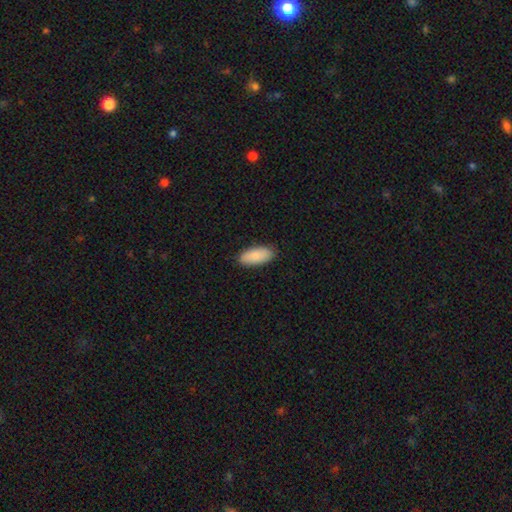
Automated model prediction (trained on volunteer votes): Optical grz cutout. It shows a smooth galaxy with no disk features (88%) that is in between round and cigar-shaped (87%). Merging: none (88%).